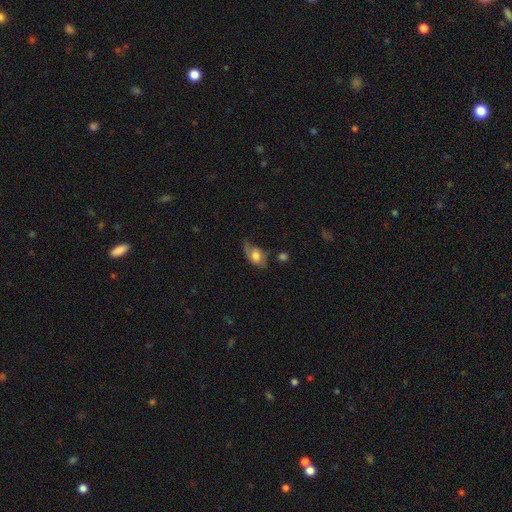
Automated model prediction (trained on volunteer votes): Overall: smooth (59%; featured or disk 33%). How rounded: in between (83%). Merging: none (41%; minor disturbance 36%).